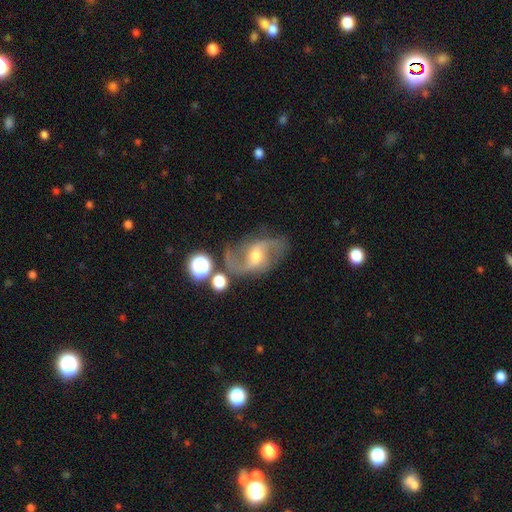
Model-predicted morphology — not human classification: A featured or disk galaxy (81%) with a weak bar (46%), 2 (80%) medium (51%) spiral arms (94%) and a moderate central bulge (58%).

Vote fractions:
- Smooth or featured? featured or disk: 81% / star or artifact: 10% / smooth: 8%
- Edge-on disk? no: 96% / yes: 4%
- Bar? weak: 46% / no: 34% / strong: 19%
- Spiral arms? yes: 94% / no: 6%
- Spiral winding? medium: 51% / loose: 29% / tight: 20%
- Spiral arm count? 2: 80% / can't tell: 7% / 3: 5% / 1: 3% / 4: 2% / more than 4: 2%
- Bulge size? moderate: 58% / small: 36% / large: 3% / none: 2% / dominant: 1%
- Merging? none: 70% / minor disturbance: 15% / major disturbance: 7% / merger: 7%